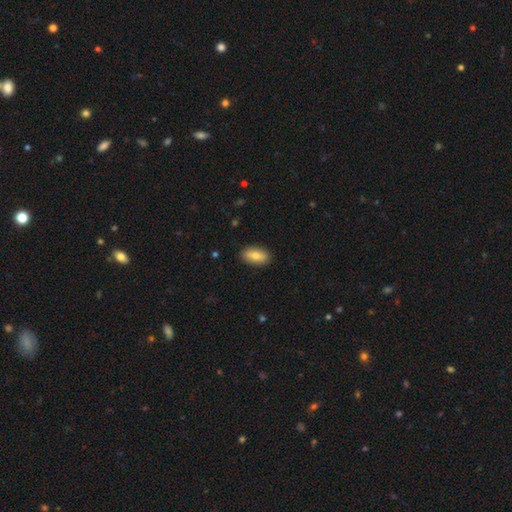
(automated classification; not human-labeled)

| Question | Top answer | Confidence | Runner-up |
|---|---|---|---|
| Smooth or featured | smooth | 76% | featured or disk (17%) |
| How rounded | in between | 90% | cigar-shaped (5%) |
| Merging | none | 88% | minor disturbance (9%) |